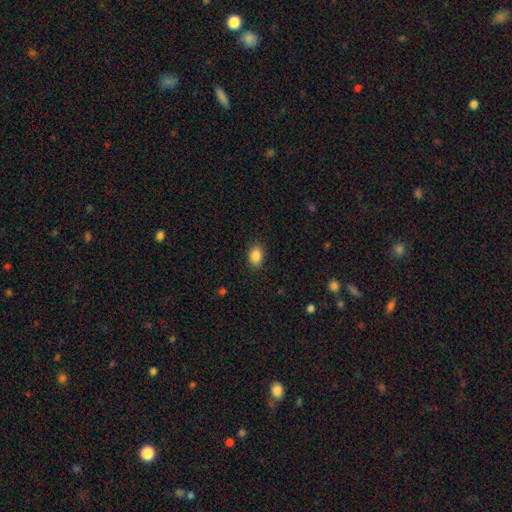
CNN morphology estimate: Overall: smooth (87%). How rounded: in between (79%). Merging: none (87%).